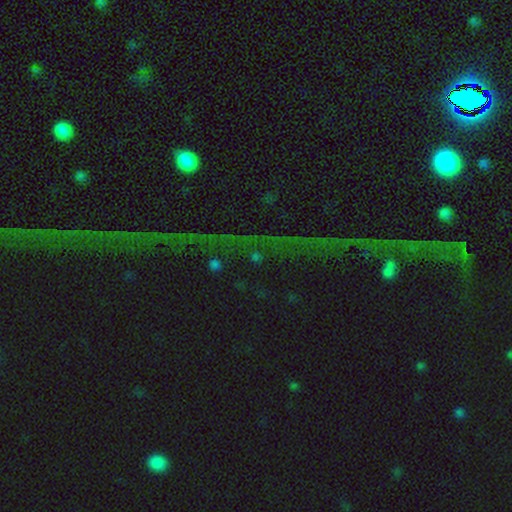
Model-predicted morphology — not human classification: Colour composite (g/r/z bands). It shows a star or artifact, not a galaxy (72%).